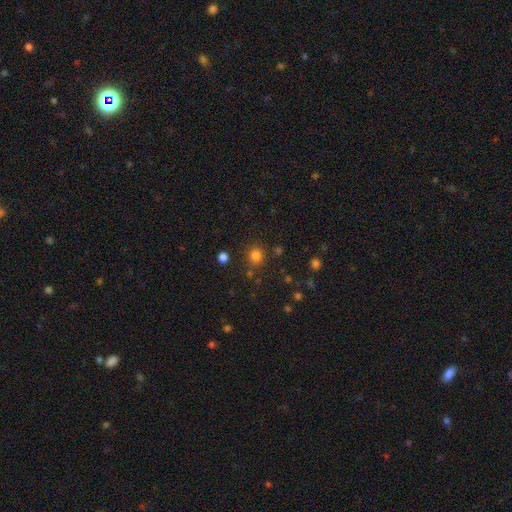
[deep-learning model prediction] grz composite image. It shows a smooth galaxy with no disk features (80%) that is round (86%). Merging: none (81%).